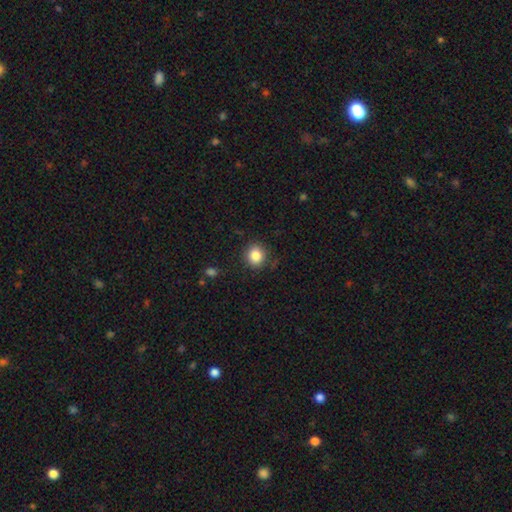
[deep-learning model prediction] The model was most divided on "how rounded": round: 84%, in between: 16%, cigar-shaped: 1%. More confident: merging — none (88%); smooth or featured — smooth (84%).